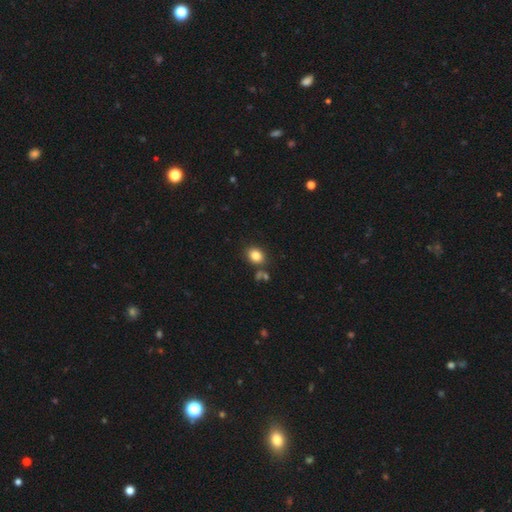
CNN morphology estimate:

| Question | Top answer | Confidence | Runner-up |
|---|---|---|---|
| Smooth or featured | smooth | 83% | star or artifact (11%) |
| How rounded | in between | 52% | round (47%) |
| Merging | none | 78% | minor disturbance (12%) |